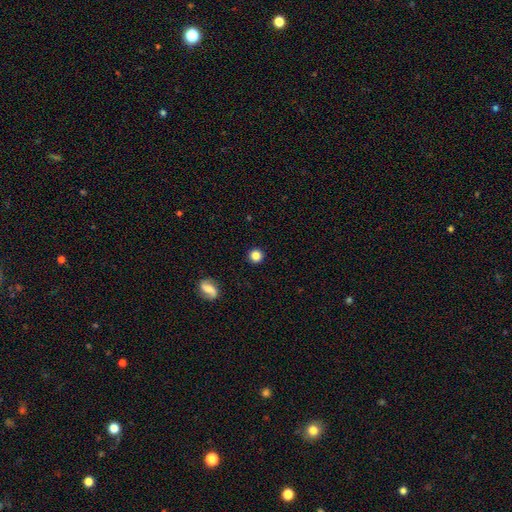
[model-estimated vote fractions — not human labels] The model was most divided on "smooth or featured": smooth: 84%, star or artifact: 10%, featured or disk: 7%. More confident: how rounded — round (95%); merging — none (91%).